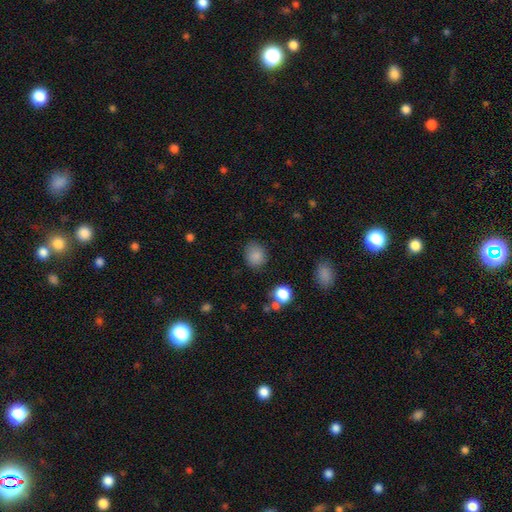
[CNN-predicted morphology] The model was most divided on "how rounded": round: 66%, in between: 33%, cigar-shaped: 1%. More confident: smooth or featured — smooth (85%); merging — none (81%).